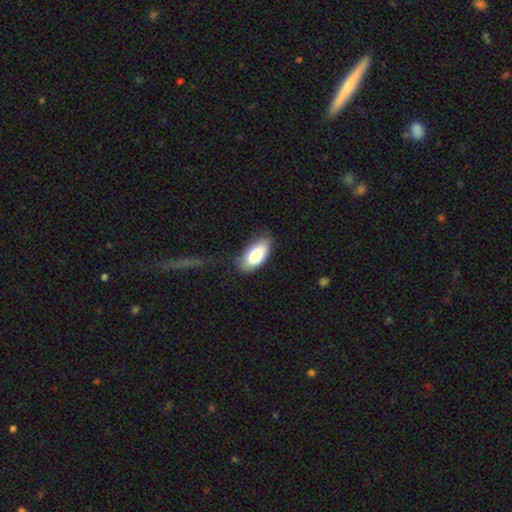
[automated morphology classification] Overall: smooth (80%). How rounded: in between (93%). Merging: none (72%).